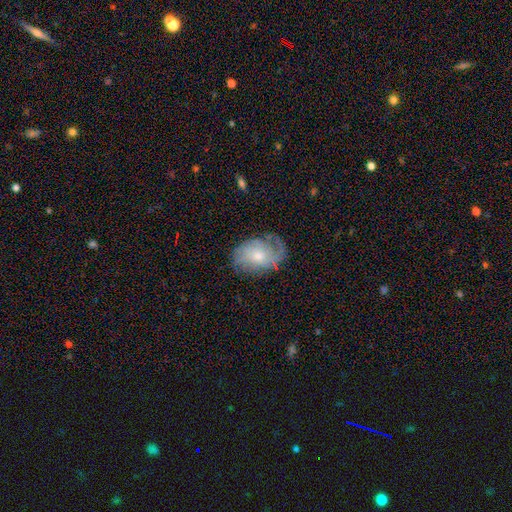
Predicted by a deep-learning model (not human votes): A featured or disk galaxy (60%) with no bar (77%), spiral arms (83%) and a moderate central bulge (53%).

Vote fractions:
- Smooth or featured? featured or disk: 60% / smooth: 32% / star or artifact: 8%
- Edge-on disk? no: 95% / yes: 5%
- Bar? no: 77% / weak: 20% / strong: 3%
- Spiral arms? yes: 83% / no: 17%
- Bulge size? moderate: 53% / small: 40% / large: 4% / none: 2% / dominant: 1%
- Merging? none: 63% / minor disturbance: 24% / major disturbance: 11% / merger: 1%